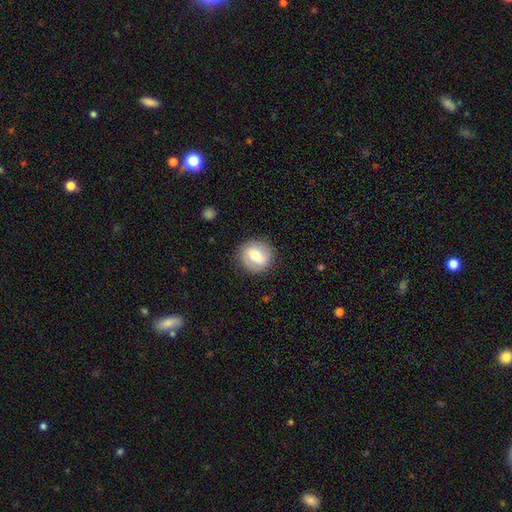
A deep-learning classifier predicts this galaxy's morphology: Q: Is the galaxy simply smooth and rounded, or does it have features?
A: smooth — 59%.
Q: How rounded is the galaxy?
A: round — 81%.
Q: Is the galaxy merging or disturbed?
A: none — 85%.